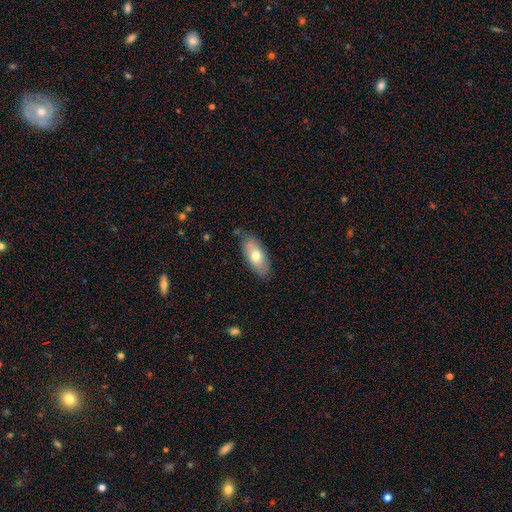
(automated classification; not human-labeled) Smooth or featured? smooth (68%)
How rounded? in between (84%)
Merging? none (76%)